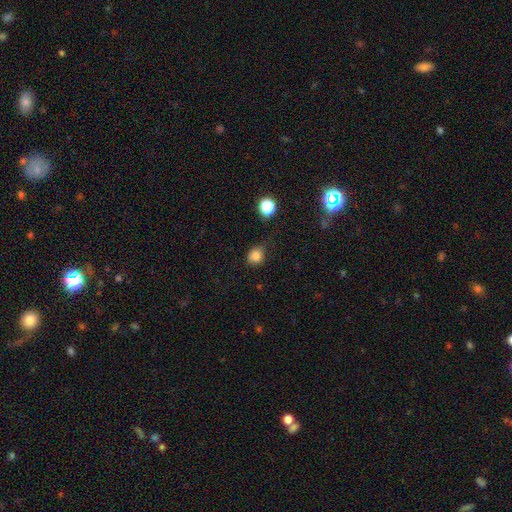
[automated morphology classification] smooth 80%, star or artifact 13%, featured or disk 7%. Down the decision tree: how rounded — round (72%); merging — none (67%).